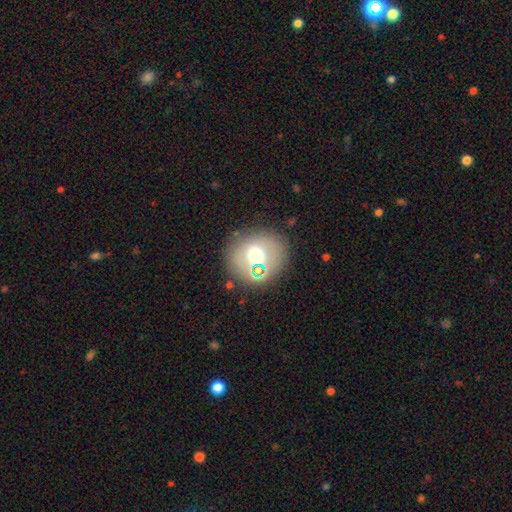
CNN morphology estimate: smooth-or-featured: smooth: 58% | featured or disk: 24% | star or artifact: 18%
  how-rounded: round: 76% | in between: 23% | cigar-shaped: 1%
  merging: none: 77% | minor disturbance: 12% | merger: 6% | major disturbance: 6%